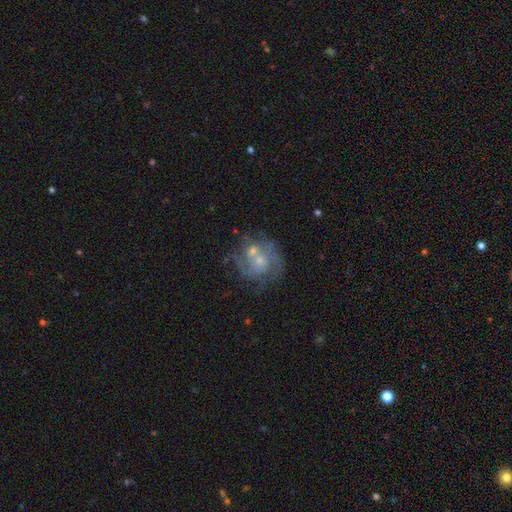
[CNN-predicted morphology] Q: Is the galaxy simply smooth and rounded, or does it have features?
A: featured or disk — 76%.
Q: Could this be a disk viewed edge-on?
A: no — 98%.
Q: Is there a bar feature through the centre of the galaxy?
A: no — 72%.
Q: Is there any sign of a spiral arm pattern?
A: yes — 86%.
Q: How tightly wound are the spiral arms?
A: tight — 43%.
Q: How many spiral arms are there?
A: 2 — 36%.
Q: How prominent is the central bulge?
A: small — 54%.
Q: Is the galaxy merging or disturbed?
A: none — 49%.